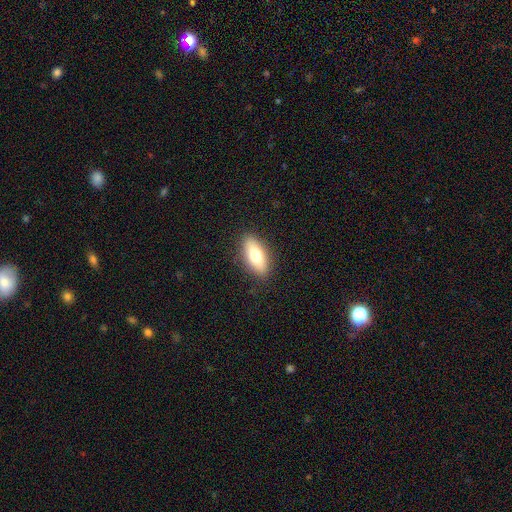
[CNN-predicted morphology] Smooth or featured: smooth — 71% (featured or disk — 22%)
How rounded: in between — 83% (cigar-shaped — 13%)
Merging: none — 88% (minor disturbance — 9%)